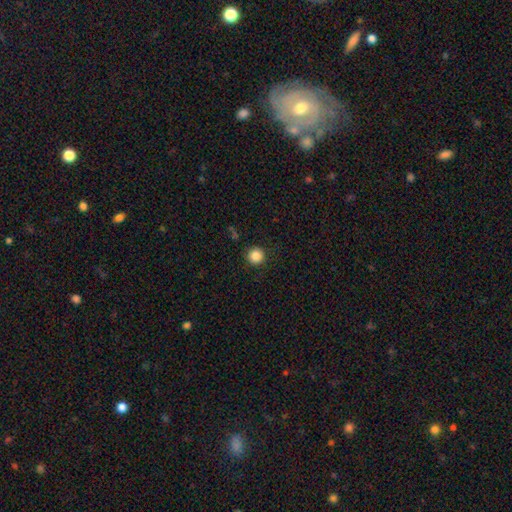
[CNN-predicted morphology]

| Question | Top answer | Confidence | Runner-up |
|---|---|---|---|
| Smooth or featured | smooth | 86% | star or artifact (10%) |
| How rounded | round | 95% | in between (4%) |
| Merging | none | 90% | minor disturbance (6%) |